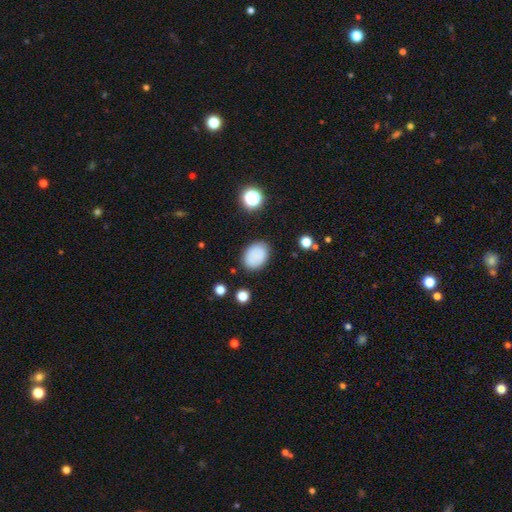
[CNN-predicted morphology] Smooth or featured? Predicted: smooth (p=0.84). How rounded? Predicted: in between (p=0.74). Merging? Predicted: none (p=0.85).